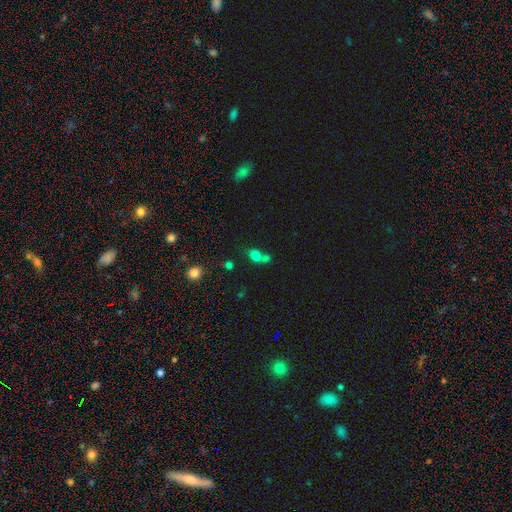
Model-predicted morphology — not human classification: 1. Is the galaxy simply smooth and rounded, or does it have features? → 75% smooth, 15% star or artifact, 10% featured or disk.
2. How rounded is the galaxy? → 52% in between, 46% round, 2% cigar-shaped.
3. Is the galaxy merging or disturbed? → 50% merger, 36% none, 9% minor disturbance, 5% major disturbance.